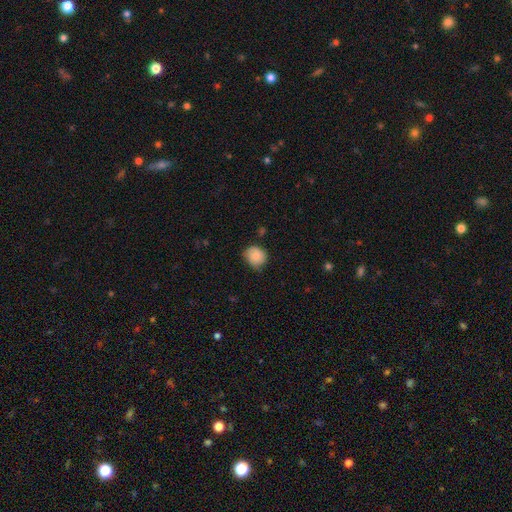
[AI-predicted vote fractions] The model was most divided on "merging": none: 66%, minor disturbance: 27%, major disturbance: 5%, merger: 2%. More confident: smooth or featured — smooth (83%); how rounded — round (76%).